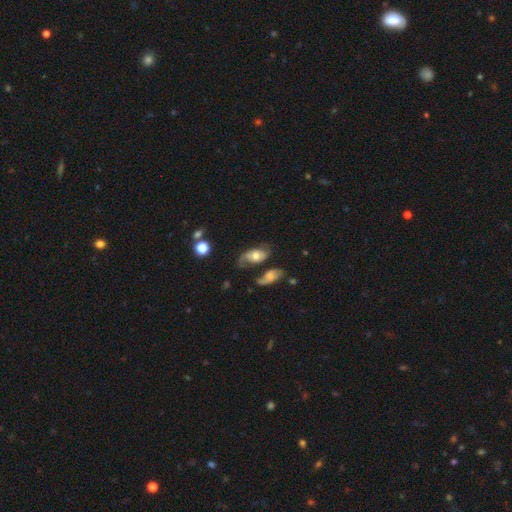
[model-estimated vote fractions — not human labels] Morphology: type=featured or disk (51%); edge-on=no (92%); merging=none (36%).